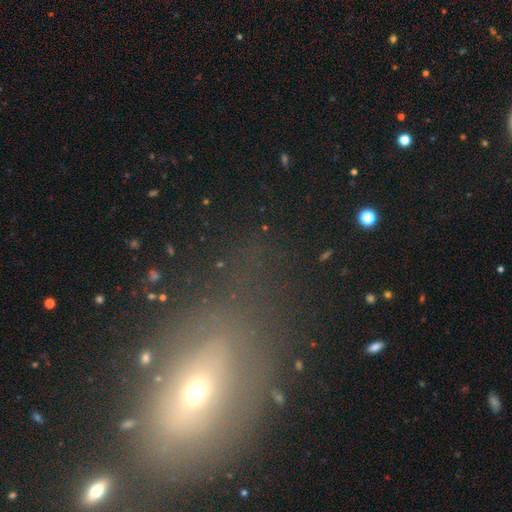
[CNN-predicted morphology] Smooth or featured?
  - smooth: 42% *
  - star or artifact: 32%
  - featured or disk: 26%
Merging?
  - none: 64% *
  - minor disturbance: 17%
  - major disturbance: 13%
  - merger: 5%